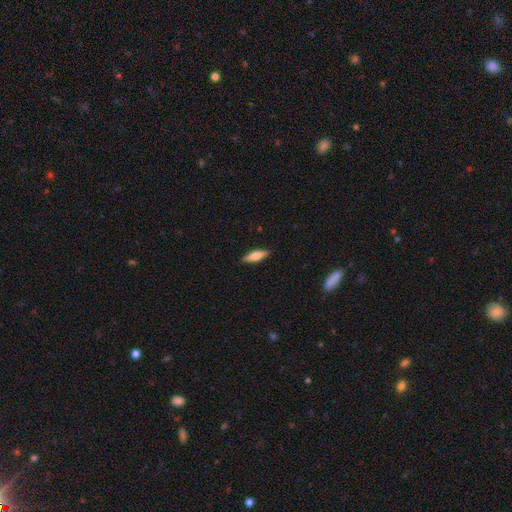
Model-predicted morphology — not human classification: Smooth or featured: smooth — 68% (featured or disk — 26%)
How rounded: cigar-shaped — 49% (tied with in between — 49%)
Merging: none — 88% (minor disturbance — 9%)